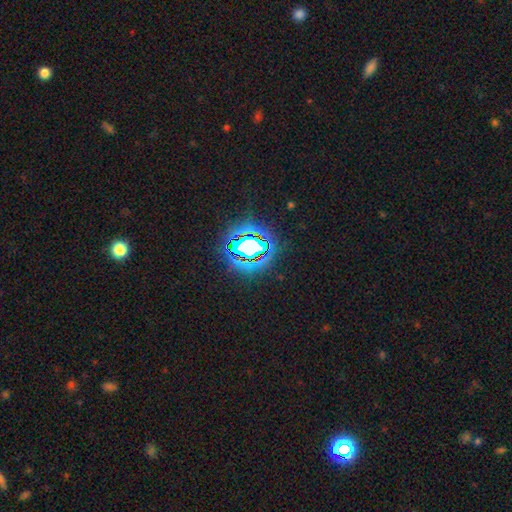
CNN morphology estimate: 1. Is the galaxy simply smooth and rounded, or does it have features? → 69% star or artifact, 18% smooth, 13% featured or disk.